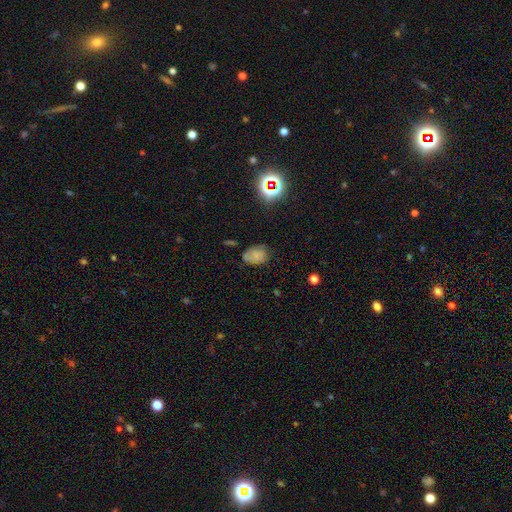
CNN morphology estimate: A smooth galaxy with no disk features (66%) that is in between round and cigar-shaped (75%). Merging: none (57%).